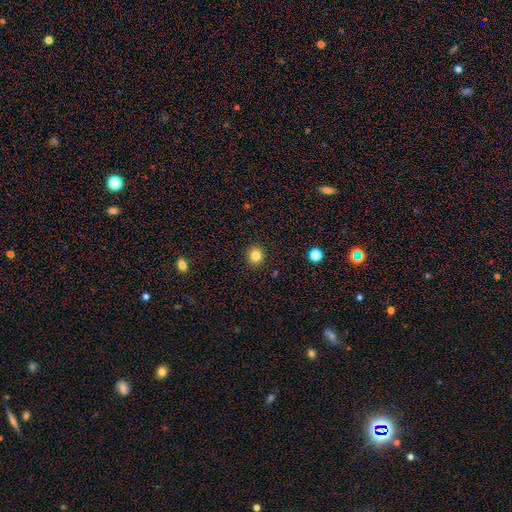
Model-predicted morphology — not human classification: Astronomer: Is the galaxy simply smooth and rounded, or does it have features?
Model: smooth — 82%.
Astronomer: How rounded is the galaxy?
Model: round — 88%.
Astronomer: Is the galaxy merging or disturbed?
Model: none — 92%.